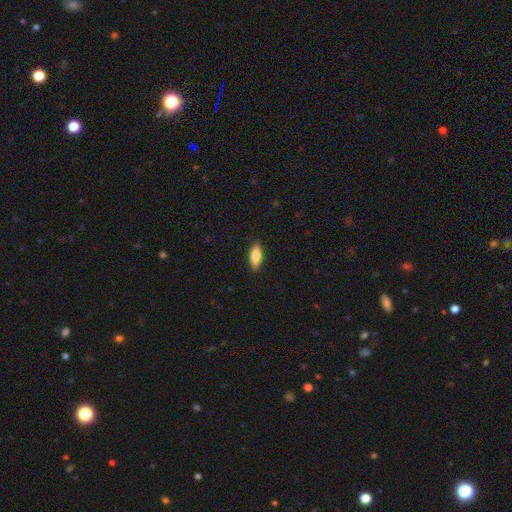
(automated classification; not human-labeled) Overall: smooth (76%). How rounded: in between (71%). Merging: none (87%).